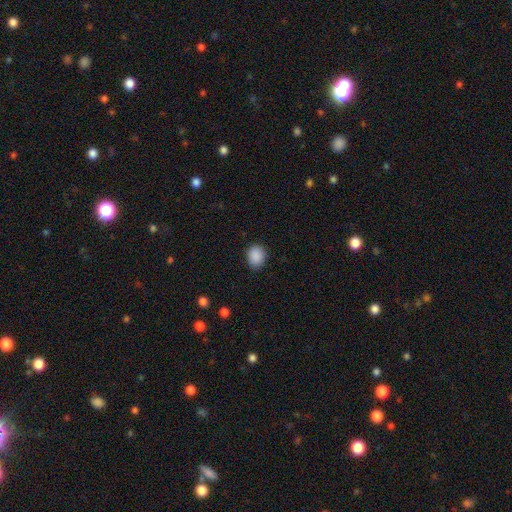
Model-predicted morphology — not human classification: Smooth or featured?
  - smooth: 89% *
  - star or artifact: 8%
  - featured or disk: 3%
How rounded?
  - round: 54% *
  - in between: 45%
  - cigar-shaped: 1%
Merging?
  - none: 85% *
  - minor disturbance: 11%
  - major disturbance: 3%
  - merger: 1%